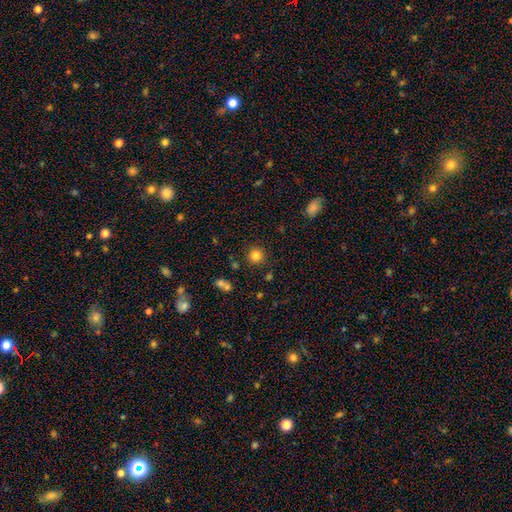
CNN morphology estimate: smooth_or_featured: smooth (p=0.82) [alt: star or artifact p=0.12]
how_rounded: round (p=0.94) [alt: in between p=0.05]
merging: none (p=0.88) [alt: minor disturbance p=0.07]